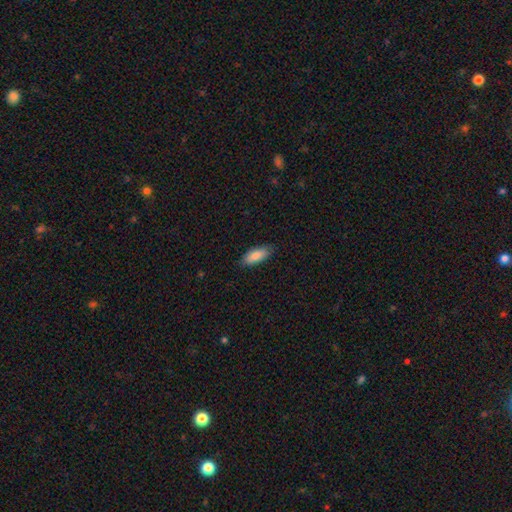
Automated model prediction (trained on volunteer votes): Q: Smooth or featured?
A: smooth (86%); runner-up: featured or disk (8%)
Q: How rounded?
A: in between (79%); runner-up: cigar-shaped (19%)
Q: Merging?
A: none (85%); runner-up: minor disturbance (12%)